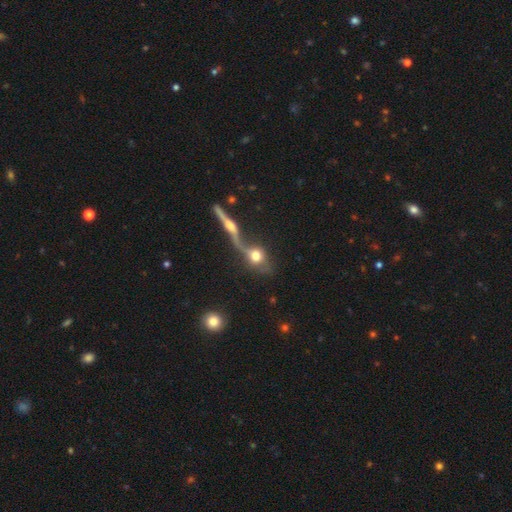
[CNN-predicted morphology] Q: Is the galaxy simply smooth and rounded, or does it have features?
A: smooth — 57%.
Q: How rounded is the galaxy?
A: round — 58%.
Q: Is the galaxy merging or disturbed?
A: merger — 52%.